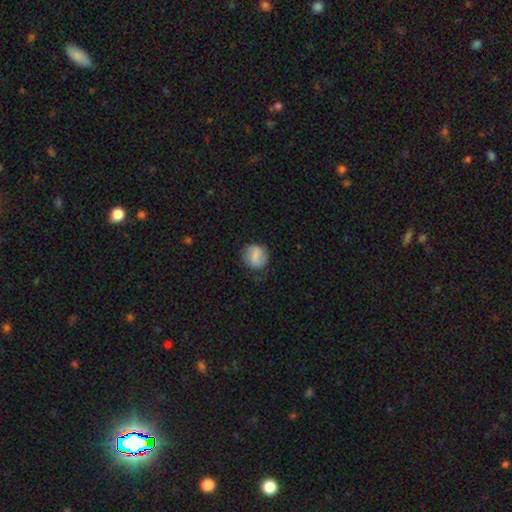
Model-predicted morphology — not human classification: Overall: smooth (71%). How rounded: round (84%). Merging: none (79%).